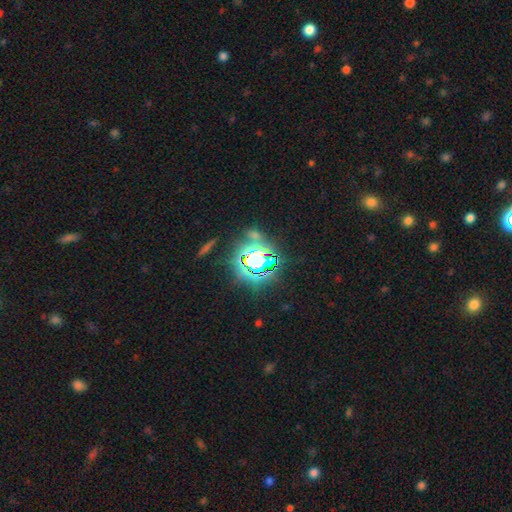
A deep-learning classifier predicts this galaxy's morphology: A star or artifact, not a galaxy (76%).